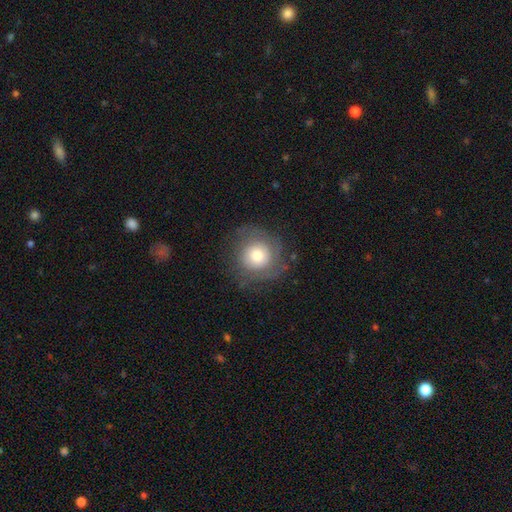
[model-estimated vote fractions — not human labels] Overall: smooth (52%; featured or disk 39%). How rounded: round (91%). Merging: none (71%).